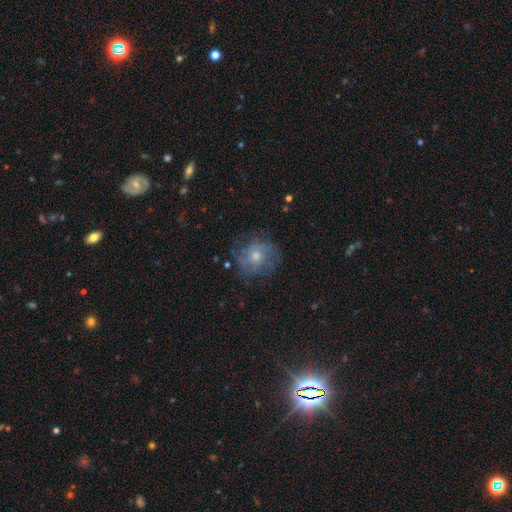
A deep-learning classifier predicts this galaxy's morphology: Overall: featured or disk (54%; smooth 29%). Edge-on disk: no (96%). Bar: no (75%). Spiral arms: yes (78%). Bulge size: moderate (49%; small 44%). Merging: none (72%).